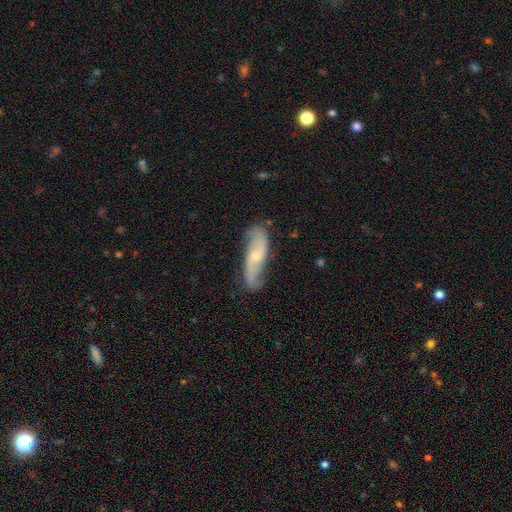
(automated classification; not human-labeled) Smooth or featured?
  - featured or disk: 77% *
  - smooth: 17%
  - star or artifact: 6%
Edge-on disk?
  - no: 87% *
  - yes: 13%
Bar?
  - no: 60% *
  - weak: 31%
  - strong: 9%
Spiral arms?
  - yes: 94% *
  - no: 6%
Spiral winding?
  - loose: 50% *
  - medium: 35%
  - tight: 16%
Spiral arm count?
  - 2: 88% *
  - can't tell: 6%
  - 1: 2%
  - 3: 2%
  - 4: 1%
  - more than 4: 1%
Bulge size?
  - small: 57% *
  - moderate: 38%
  - none: 2%
  - large: 2%
  - dominant: 1%
Merging?
  - none: 75% *
  - minor disturbance: 18%
  - major disturbance: 5%
  - merger: 2%